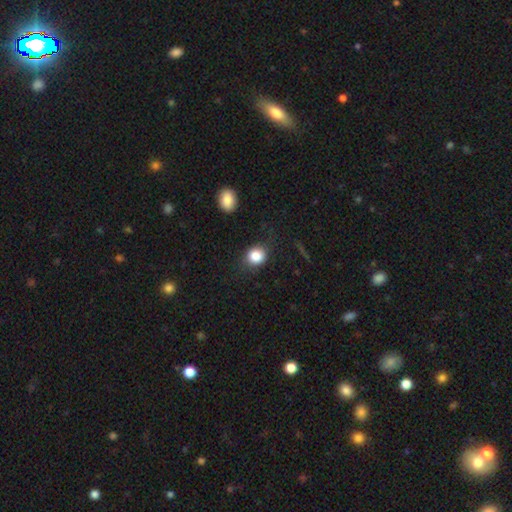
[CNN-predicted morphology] Overall: smooth (84%). How rounded: round (73%). Merging: none (78%).